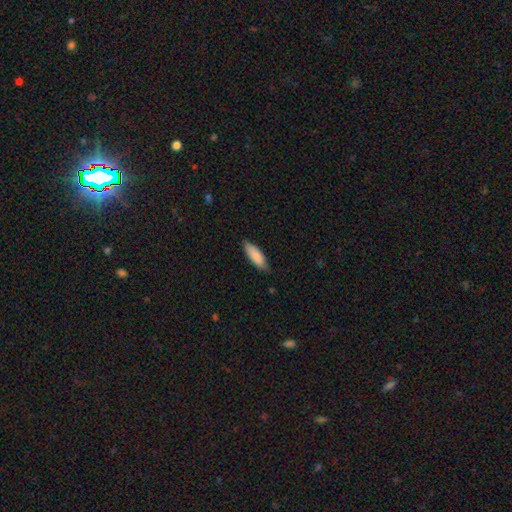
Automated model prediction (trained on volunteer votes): Smooth or featured: smooth — 87% (featured or disk — 7%)
How rounded: in between — 59% (cigar-shaped — 39%)
Merging: none — 82% (minor disturbance — 15%)